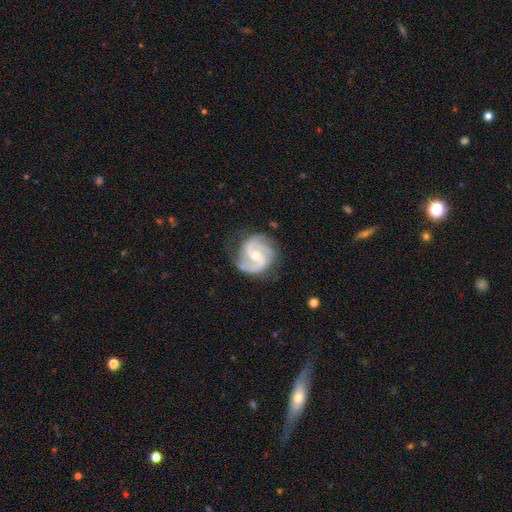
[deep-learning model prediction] Smooth or featured? Predicted: featured or disk (p=0.90). Edge-on disk? Predicted: no (p=0.98). Bar? Predicted: weak (p=0.47). Spiral arms? Predicted: yes (p=0.98). Spiral winding? Predicted: medium (p=0.55). Spiral arm count? Predicted: 2 (p=0.61). Bulge size? Predicted: moderate (p=0.51). Merging? Predicted: none (p=0.76).